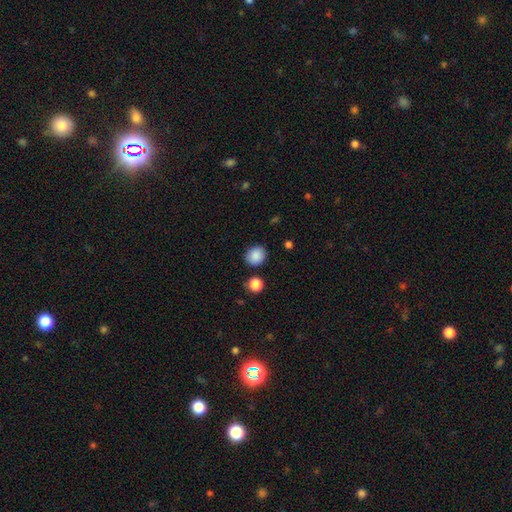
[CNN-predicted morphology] This appears to be a smooth galaxy with no disk features (88%) that is round (74%). Merging: none (85%).